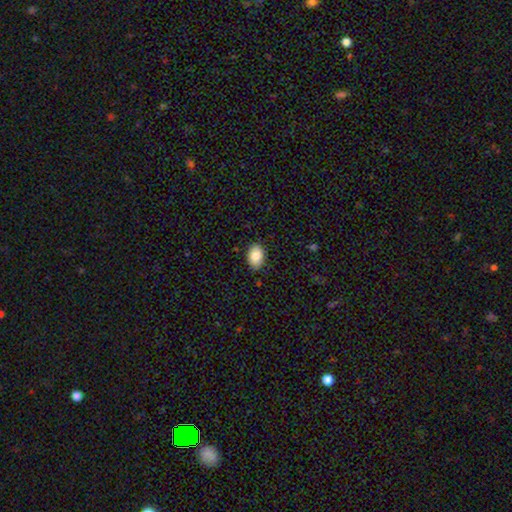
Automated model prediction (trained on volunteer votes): Smooth or featured? Predicted: smooth (p=0.85). How rounded? Predicted: in between (p=0.86). Merging? Predicted: none (p=0.86).